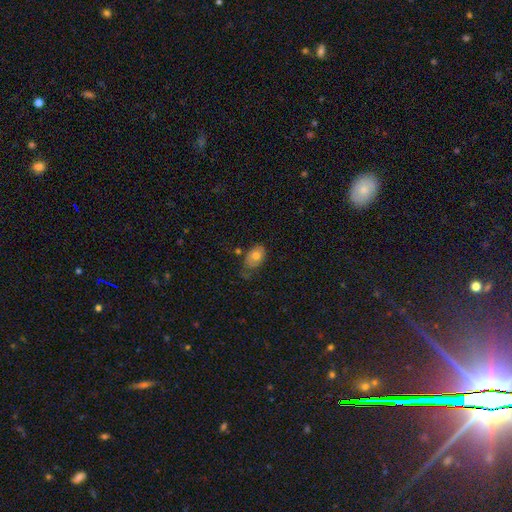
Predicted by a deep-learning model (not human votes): The model was most divided on "merging": none: 49%, minor disturbance: 33%, major disturbance: 14%, merger: 5%. More confident: how rounded — in between (83%); smooth or featured — smooth (69%).